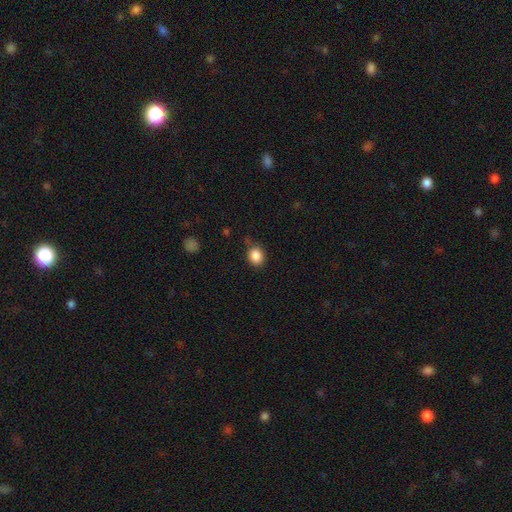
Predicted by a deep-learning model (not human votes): Morphology: type=smooth (86%); roundness=round (63%); merging=none (73%).